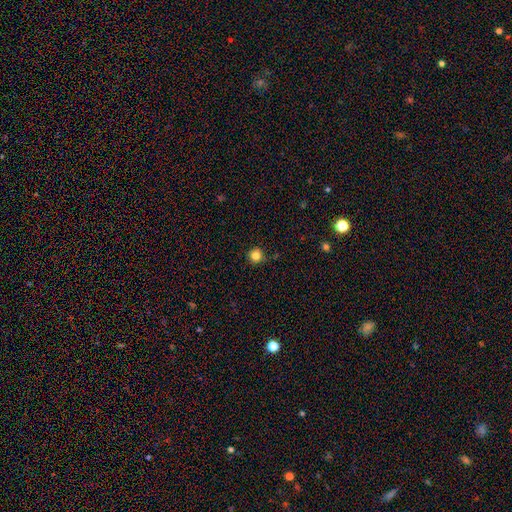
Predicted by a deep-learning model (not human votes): This is clearly a smooth galaxy (82%). How rounded: clearly round (94%). Merging: clearly none (89%).